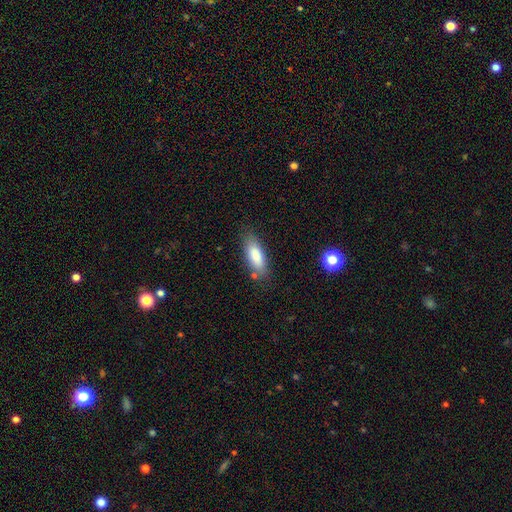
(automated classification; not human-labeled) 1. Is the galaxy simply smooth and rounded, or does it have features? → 84% smooth, 9% featured or disk, 7% star or artifact.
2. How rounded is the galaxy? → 74% in between, 24% cigar-shaped, 2% round.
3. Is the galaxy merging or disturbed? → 77% none, 15% minor disturbance, 4% merger, 4% major disturbance.